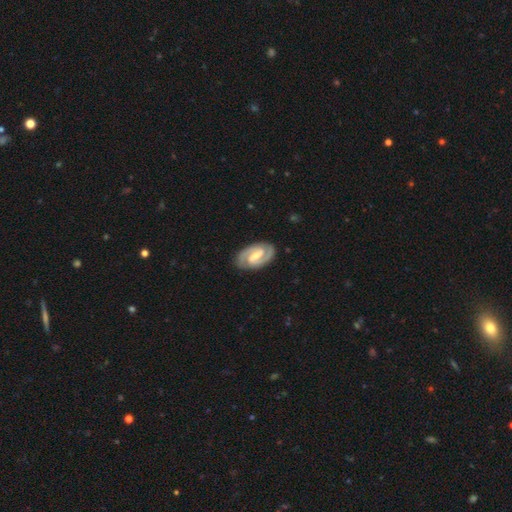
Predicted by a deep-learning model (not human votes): The model was most divided on "bulge size": moderate: 43%, small: 41%, none: 10%, large: 5%, dominant: 1%. Remaining: edge-on disk — no (97%); spiral arms — yes (97%); spiral arm count — 2 (93%); smooth or featured — featured or disk (89%); merging — none (87%); spiral winding — tight (48%); bar — strong (47%).